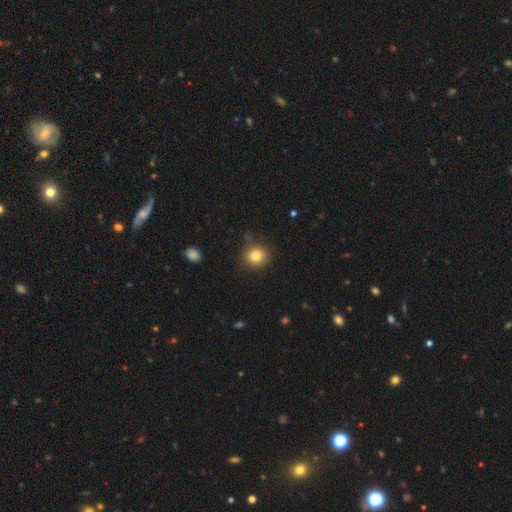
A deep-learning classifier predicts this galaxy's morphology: This appears to be a smooth galaxy with no disk features (83%) that is round (87%). Merging: none (83%).